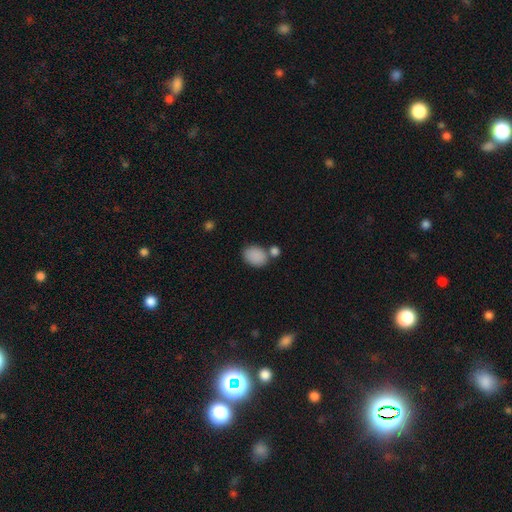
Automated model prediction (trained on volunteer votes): Smooth or featured? smooth (88%)
How rounded? in between (72%)
Merging? none (63%)